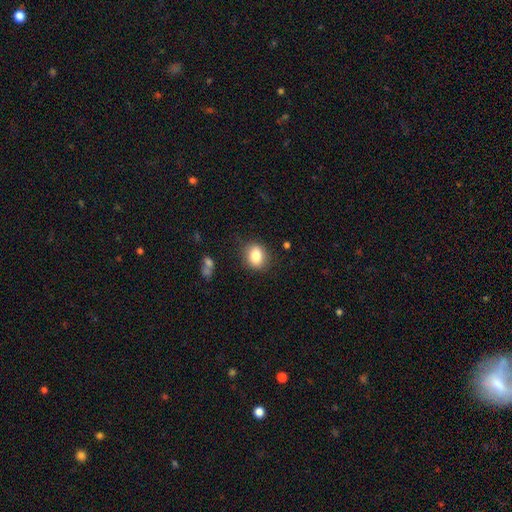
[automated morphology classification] smooth-or-featured: smooth: 83% | star or artifact: 9% | featured or disk: 8%
  how-rounded: in between: 60% | round: 39% | cigar-shaped: 1%
  merging: none: 81% | minor disturbance: 13% | major disturbance: 4% | merger: 2%